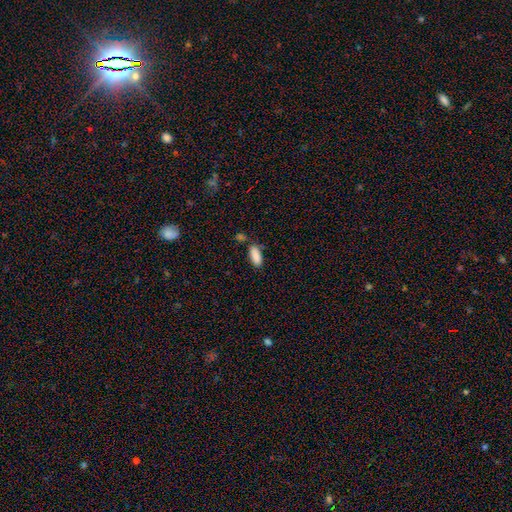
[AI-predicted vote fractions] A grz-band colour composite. It shows a smooth galaxy with no disk features (89%) that is in between round and cigar-shaped (83%). Merging: none (68%).